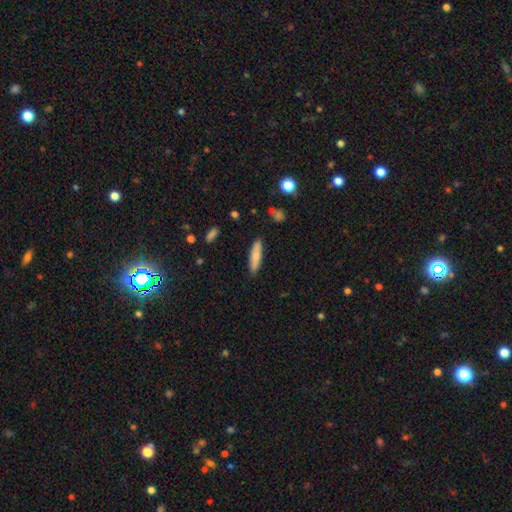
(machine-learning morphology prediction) Overall: smooth (77%). How rounded: cigar-shaped (73%). Merging: none (87%).